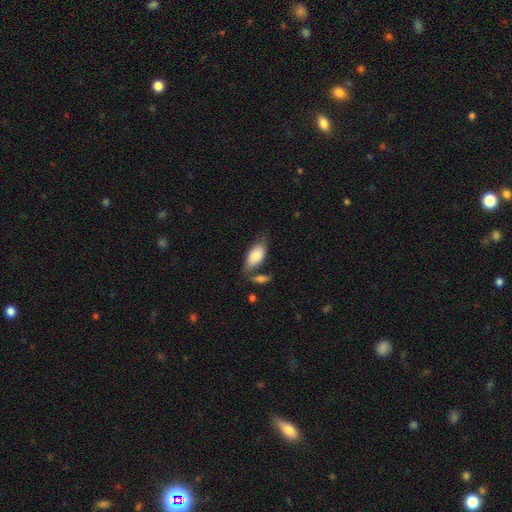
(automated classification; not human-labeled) smooth 76%, featured or disk 18%, star or artifact 6%. Down the decision tree: how rounded — in between (91%); merging — none (46%).